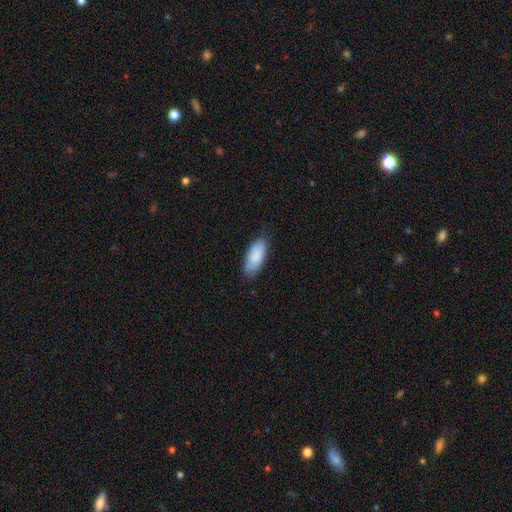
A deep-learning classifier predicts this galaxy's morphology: smooth-or-featured: smooth: 86% | featured or disk: 8% | star or artifact: 6%
  how-rounded: in between: 83% | cigar-shaped: 15% | round: 2%
  merging: none: 77% | minor disturbance: 19% | major disturbance: 3% | merger: 1%